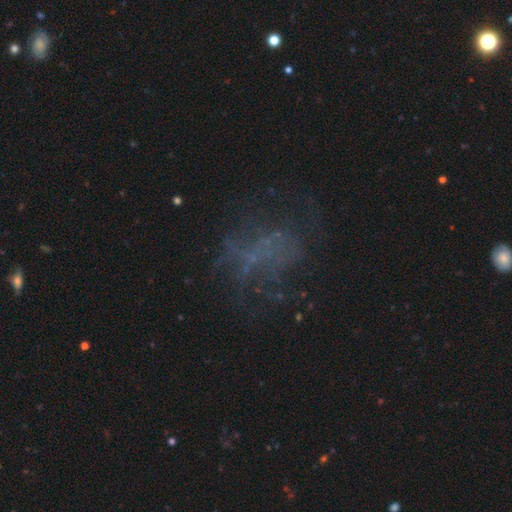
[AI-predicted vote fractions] Overall: featured or disk (40%; star or artifact 35%). Merging: none (55%; major disturbance 25%).